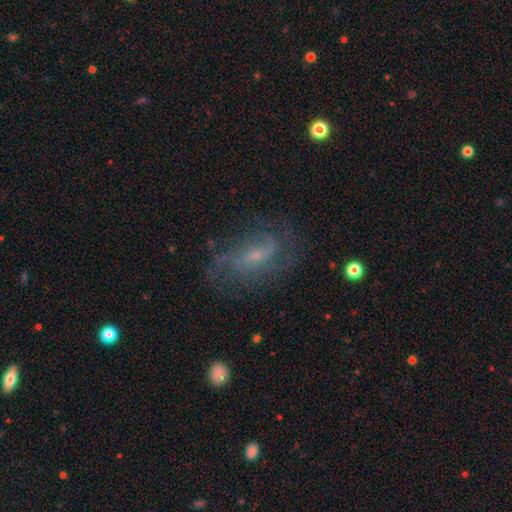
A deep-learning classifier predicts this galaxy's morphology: Overall: featured or disk (75%). Edge-on disk: no (95%). Bar: weak (46%; no 42%). Spiral arms: yes (89%). Spiral arm count: 2 (40%; can't tell 31%). Spiral winding: medium (44%; tight 28%). Bulge size: small (65%). Merging: none (65%).